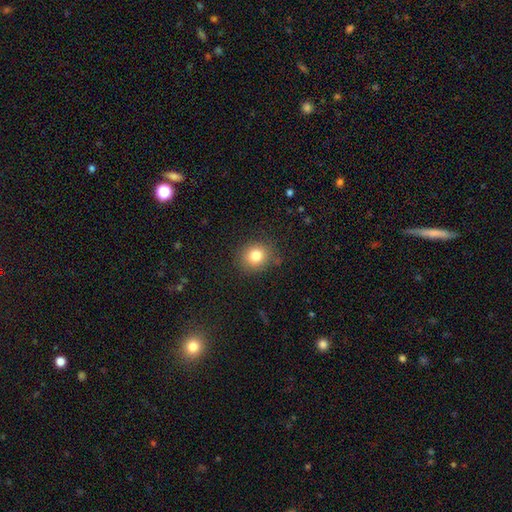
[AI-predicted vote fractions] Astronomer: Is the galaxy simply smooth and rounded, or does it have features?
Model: smooth — 81%.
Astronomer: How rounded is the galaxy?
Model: round — 82%.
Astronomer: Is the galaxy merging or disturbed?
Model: none — 84%.